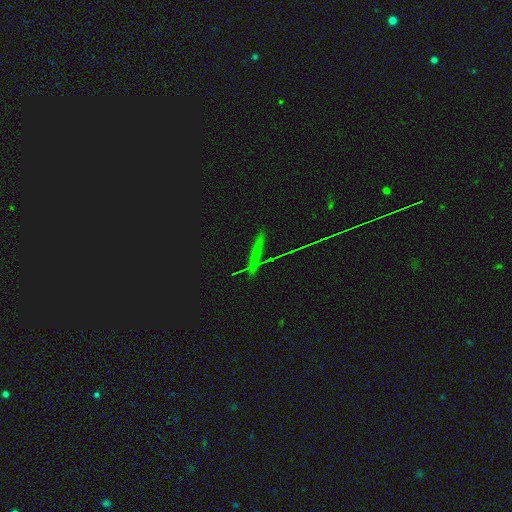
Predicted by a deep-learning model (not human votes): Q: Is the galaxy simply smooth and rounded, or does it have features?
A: star or artifact — 46%.